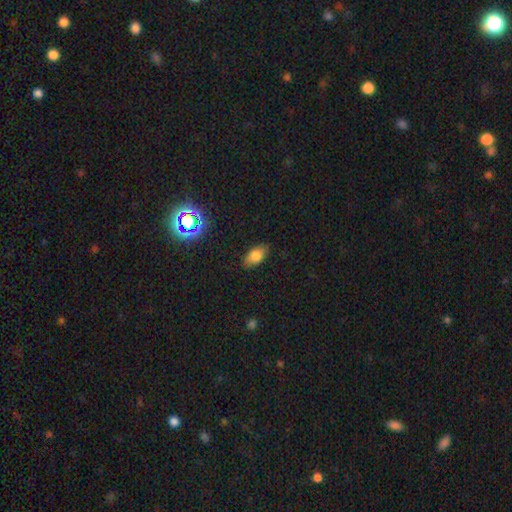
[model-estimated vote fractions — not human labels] This is likely a smooth galaxy (76%). How rounded: clearly in between (89%). Merging: clearly none (84%).